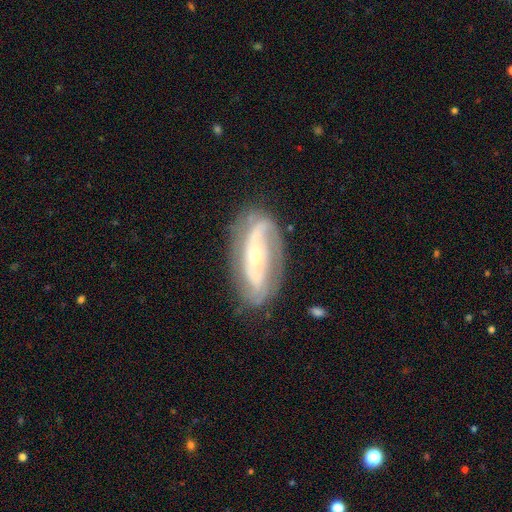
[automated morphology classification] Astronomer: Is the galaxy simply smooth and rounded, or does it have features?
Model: featured or disk — 79%.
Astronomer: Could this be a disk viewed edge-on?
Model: no — 91%.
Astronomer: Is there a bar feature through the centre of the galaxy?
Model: no — 57%.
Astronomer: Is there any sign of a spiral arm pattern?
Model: yes — 85%.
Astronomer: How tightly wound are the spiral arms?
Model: tight — 42% (runner-up: medium, 36%).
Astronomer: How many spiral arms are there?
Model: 2 — 63%.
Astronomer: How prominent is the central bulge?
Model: small — 60% (runner-up: moderate, 36%).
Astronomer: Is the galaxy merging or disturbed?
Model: none — 70%.